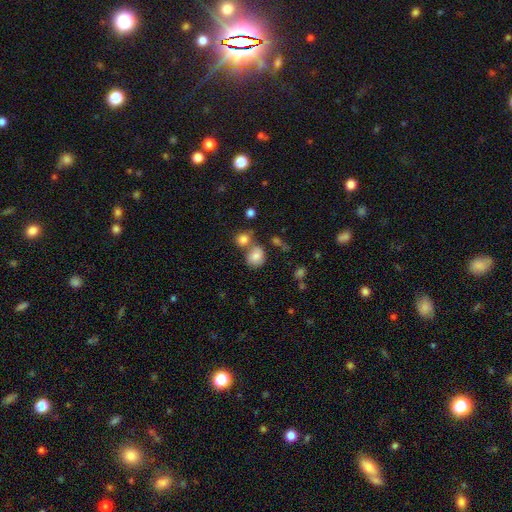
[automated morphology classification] Overall: smooth (79%). How rounded: round (67%; in between 32%). Merging: none (48%; merger 34%).